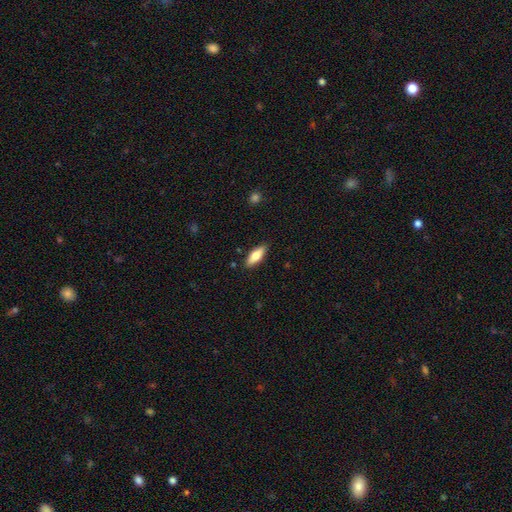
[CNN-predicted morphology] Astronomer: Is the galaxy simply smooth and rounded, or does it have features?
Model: smooth — 72%.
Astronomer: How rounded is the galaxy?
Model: in between — 66%.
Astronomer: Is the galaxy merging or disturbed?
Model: none — 87%.